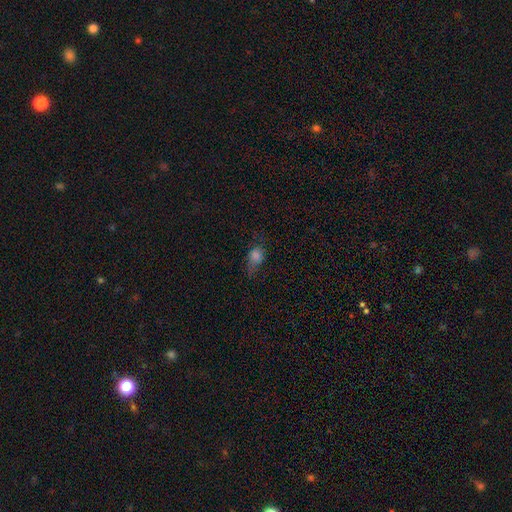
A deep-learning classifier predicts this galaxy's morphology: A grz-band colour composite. It shows a smooth galaxy with no disk features (75%) that is in between round and cigar-shaped (65%). Merging: none (43%).